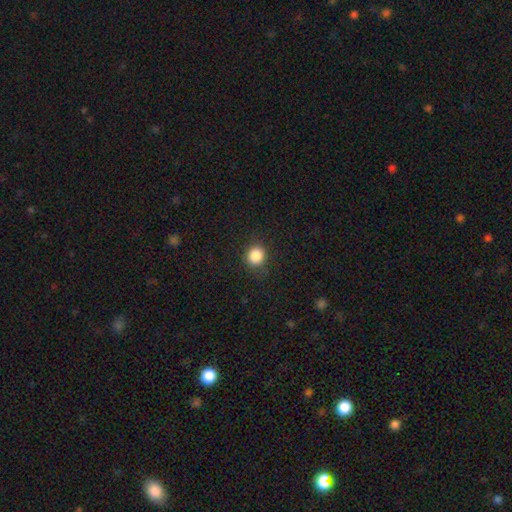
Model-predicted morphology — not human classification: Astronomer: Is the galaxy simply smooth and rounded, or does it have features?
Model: smooth — 86%.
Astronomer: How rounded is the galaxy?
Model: round — 85%.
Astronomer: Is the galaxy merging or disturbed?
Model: none — 85%.